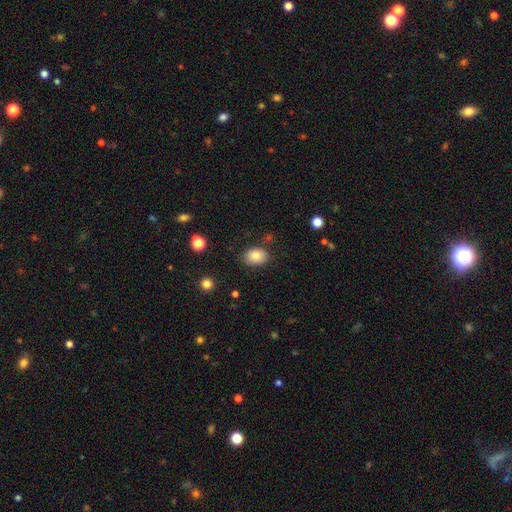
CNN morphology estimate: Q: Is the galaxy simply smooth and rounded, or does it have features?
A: smooth — 83%.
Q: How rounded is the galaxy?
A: in between — 75%.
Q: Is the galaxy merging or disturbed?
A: none — 82%.